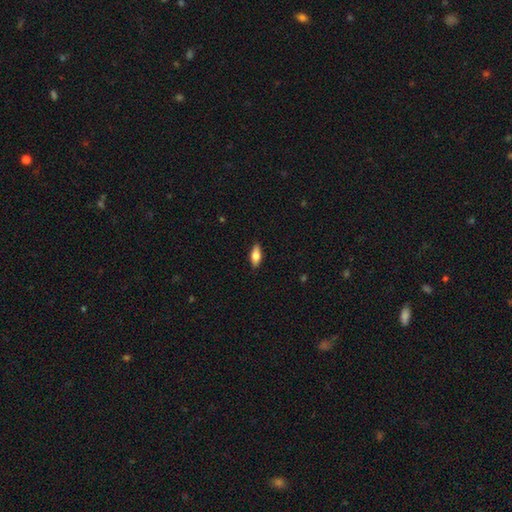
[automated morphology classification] smooth-or-featured: smooth: 70% | featured or disk: 24% | star or artifact: 6%
  how-rounded: in between: 74% | cigar-shaped: 23% | round: 3%
  merging: none: 88% | minor disturbance: 9% | major disturbance: 2% | merger: 1%